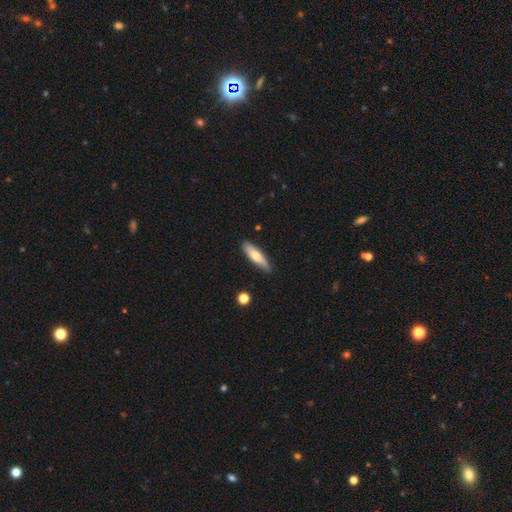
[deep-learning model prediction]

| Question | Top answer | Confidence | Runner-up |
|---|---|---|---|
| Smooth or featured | smooth | 66% | featured or disk (28%) |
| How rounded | cigar-shaped | 65% | in between (33%) |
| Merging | none | 83% | minor disturbance (14%) |